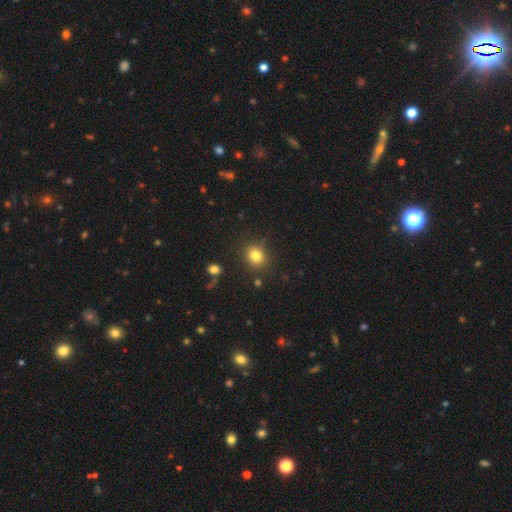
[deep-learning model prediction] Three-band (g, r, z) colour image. It shows a smooth galaxy with no disk features (81%) that is round (73%). Merging: none (83%).